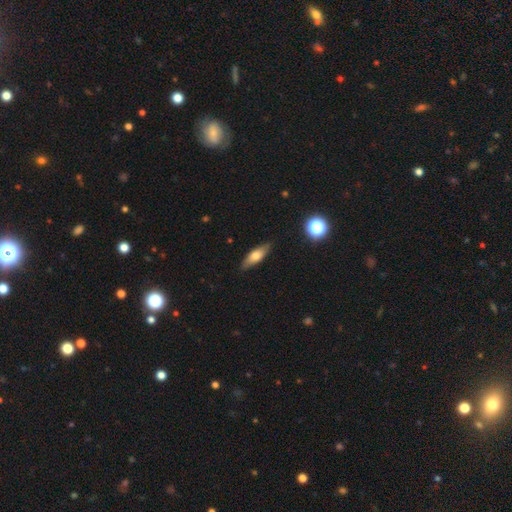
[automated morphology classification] Smooth or featured? Predicted: smooth (p=0.60). How rounded? Predicted: in between (p=0.56). Merging? Predicted: none (p=0.84).